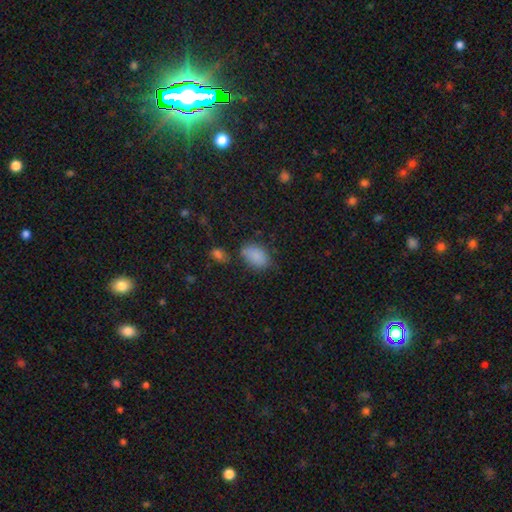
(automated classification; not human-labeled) smooth-or-featured: smooth: 85% | star or artifact: 10% | featured or disk: 5%
  how-rounded: in between: 87% | round: 12% | cigar-shaped: 1%
  merging: none: 69% | minor disturbance: 19% | merger: 6% | major disturbance: 6%